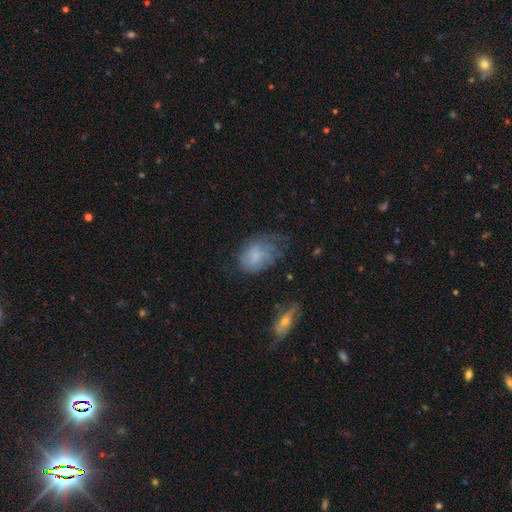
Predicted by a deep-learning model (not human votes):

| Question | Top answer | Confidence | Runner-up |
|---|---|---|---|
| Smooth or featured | smooth | 59% | featured or disk (32%) |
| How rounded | in between | 80% | round (19%) |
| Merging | none | 41% | minor disturbance (33%) |